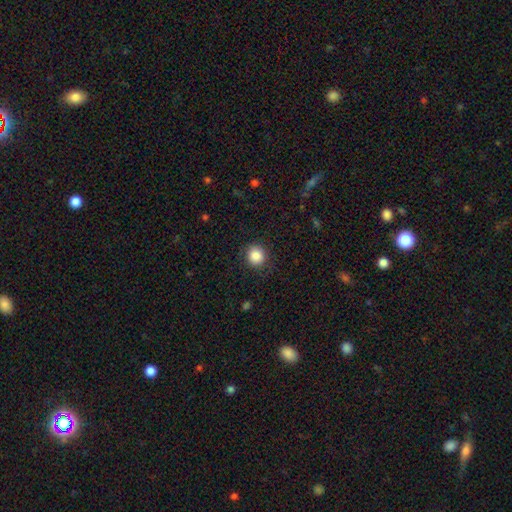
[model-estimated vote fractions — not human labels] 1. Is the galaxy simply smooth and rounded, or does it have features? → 86% smooth, 9% star or artifact, 4% featured or disk.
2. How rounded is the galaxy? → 89% round, 10% in between, 1% cigar-shaped.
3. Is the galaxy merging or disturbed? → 86% none, 9% minor disturbance, 4% major disturbance, 1% merger.